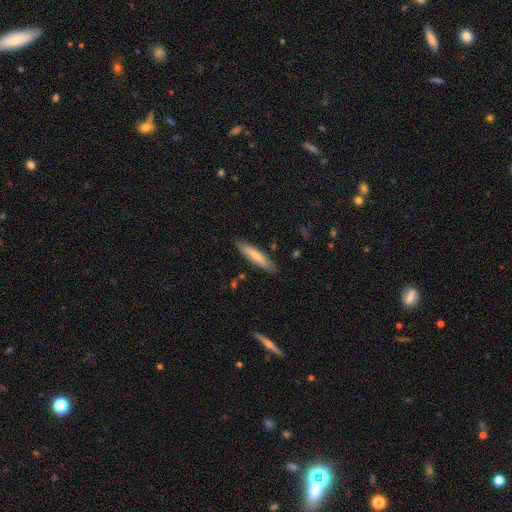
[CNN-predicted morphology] smooth_or_featured: smooth (p=0.72) [alt: featured or disk p=0.23]
how_rounded: cigar-shaped (p=0.83) [alt: in between p=0.15]
merging: none (p=0.86) [alt: minor disturbance p=0.11]